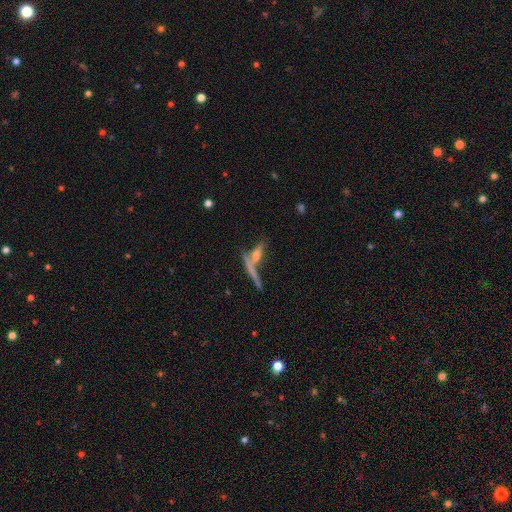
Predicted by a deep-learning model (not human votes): This appears to be a featured or disk galaxy (44%). Merging: none (44%).